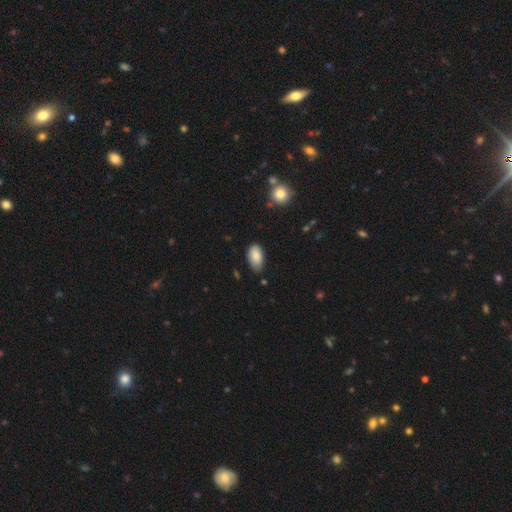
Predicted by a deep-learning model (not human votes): A smooth galaxy with no disk features (85%) that is in between round and cigar-shaped (94%).

Vote fractions:
- Smooth or featured? smooth: 85% / featured or disk: 8% / star or artifact: 7%
- How rounded? in between: 94% / round: 4% / cigar-shaped: 2%
- Merging? none: 68% / minor disturbance: 27% / major disturbance: 4% / merger: 2%